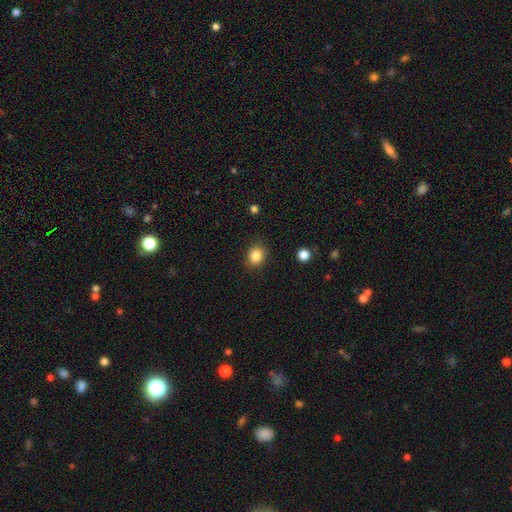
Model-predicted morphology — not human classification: This appears to be a smooth galaxy with no disk features (86%) that is round (57%). Merging: none (86%).